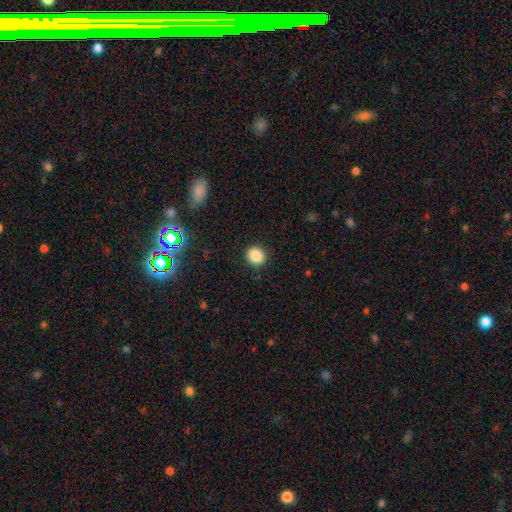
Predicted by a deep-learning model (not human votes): Q: Smooth or featured?
A: smooth (87%); runner-up: star or artifact (10%)
Q: How rounded?
A: round (78%); runner-up: in between (21%)
Q: Merging?
A: none (90%); runner-up: minor disturbance (7%)